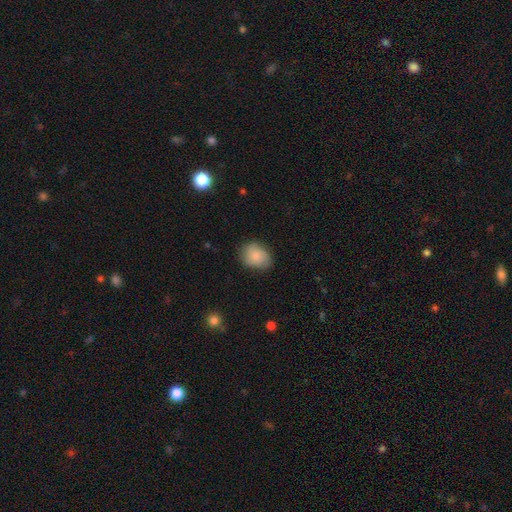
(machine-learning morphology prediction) The model was most divided on "how rounded": in between: 59%, round: 40%, cigar-shaped: 1%. More confident: smooth or featured — smooth (78%); merging — none (73%).